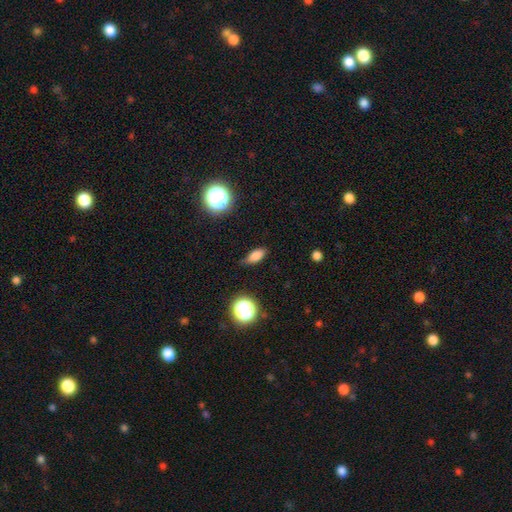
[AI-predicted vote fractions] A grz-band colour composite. It shows a smooth galaxy with no disk features (79%) that is in between round and cigar-shaped (79%). Merging: none (74%).